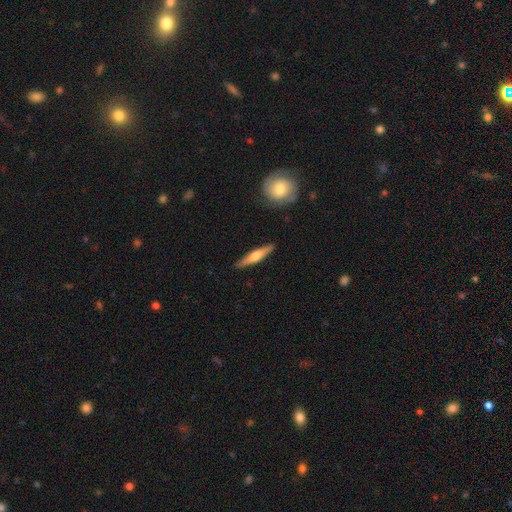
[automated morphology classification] Overall: featured or disk (53%; smooth 42%). Edge-on disk: yes (96%). Edge-on bulge: rounded (85%). Merging: none (89%).